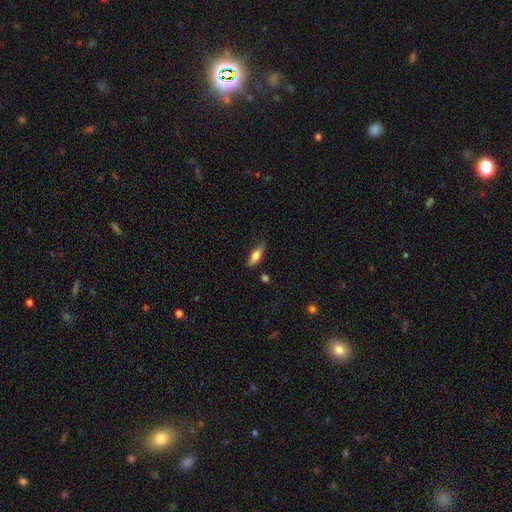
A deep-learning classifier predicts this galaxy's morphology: Overall: smooth (73%). How rounded: in between (63%; cigar-shaped 34%). Merging: none (78%).